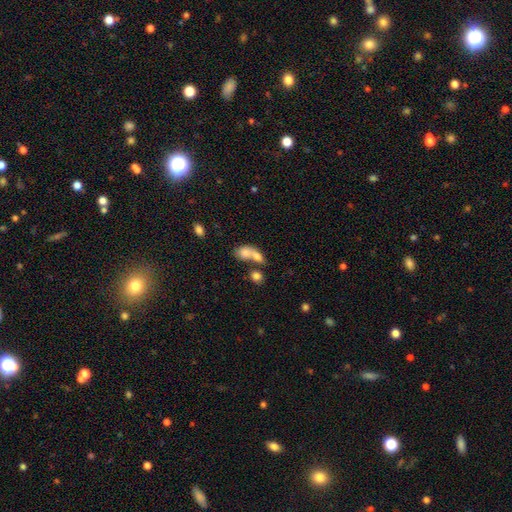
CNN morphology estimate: smooth 73%, featured or disk 17%, star or artifact 10%. Down the decision tree: how rounded — in between (65%); merging — merger (66%).